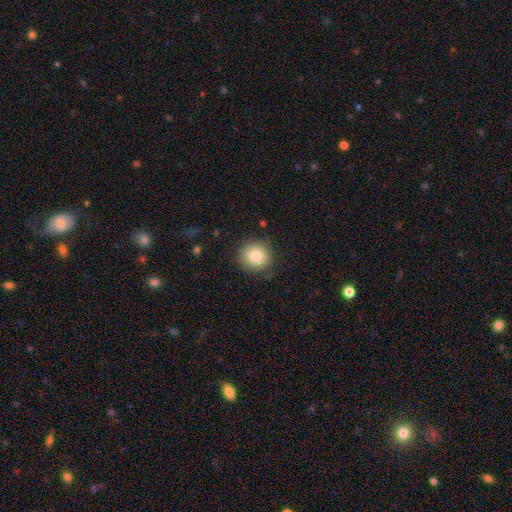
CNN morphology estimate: type=smooth (83%); roundness=round (92%); merging=none (86%).